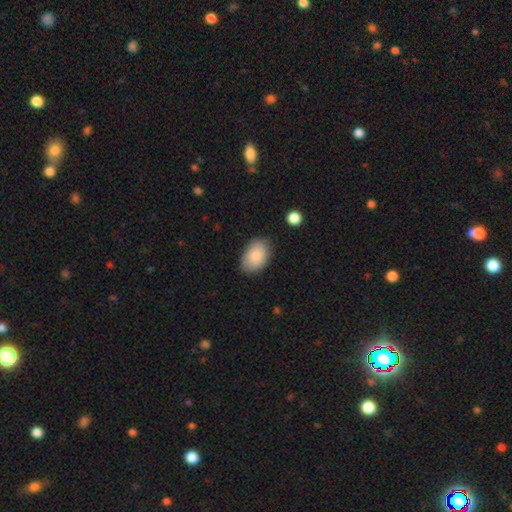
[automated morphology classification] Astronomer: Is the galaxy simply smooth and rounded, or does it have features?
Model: smooth — 87%.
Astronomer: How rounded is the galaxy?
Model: in between — 89%.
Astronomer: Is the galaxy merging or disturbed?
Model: none — 81%.